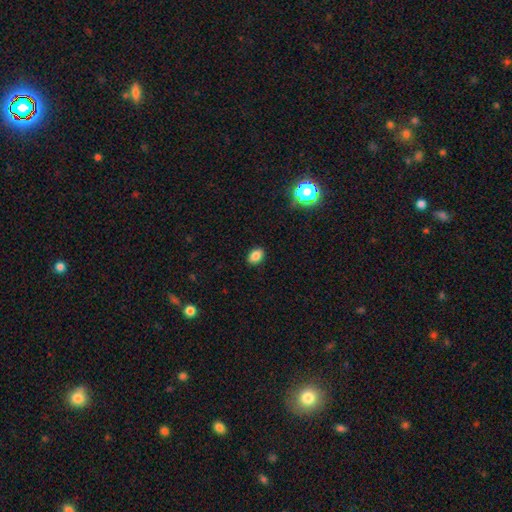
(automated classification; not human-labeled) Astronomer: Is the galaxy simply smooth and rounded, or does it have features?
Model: smooth — 83%.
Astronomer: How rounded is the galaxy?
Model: in between — 77%.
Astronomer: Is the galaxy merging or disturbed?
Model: none — 88%.